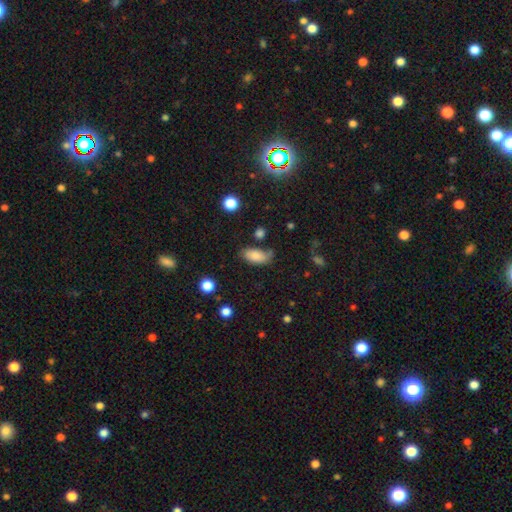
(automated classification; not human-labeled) This appears to be a smooth galaxy with no disk features (82%) that is in between round and cigar-shaped (92%). Merging: none (63%).